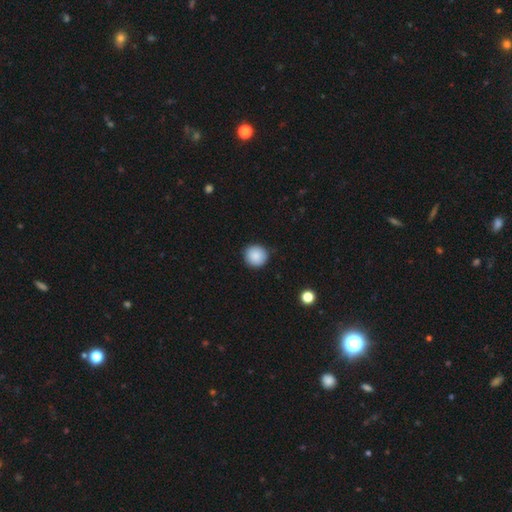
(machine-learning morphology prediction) smooth 89%, star or artifact 8%, featured or disk 3%. Down the decision tree: how rounded — round (94%); merging — none (91%).